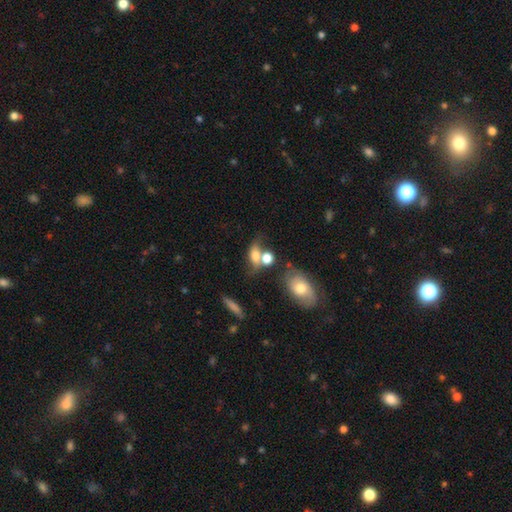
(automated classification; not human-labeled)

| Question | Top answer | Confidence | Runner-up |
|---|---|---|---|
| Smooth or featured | smooth | 68% | featured or disk (19%) |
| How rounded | in between | 66% | round (29%) |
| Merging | merger | 39% | none (35%) |